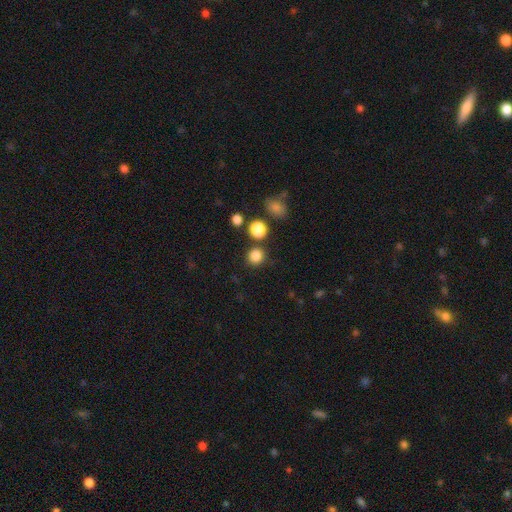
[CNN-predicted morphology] A smooth galaxy with no disk features (84%) that is round (89%). Merging: none (83%).